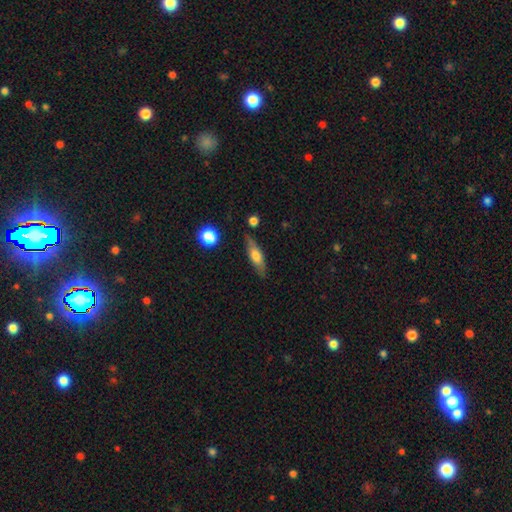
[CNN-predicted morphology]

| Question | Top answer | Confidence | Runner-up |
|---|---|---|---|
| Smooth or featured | smooth | 57% | featured or disk (36%) |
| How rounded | cigar-shaped | 54% | in between (42%) |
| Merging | none | 77% | minor disturbance (15%) |